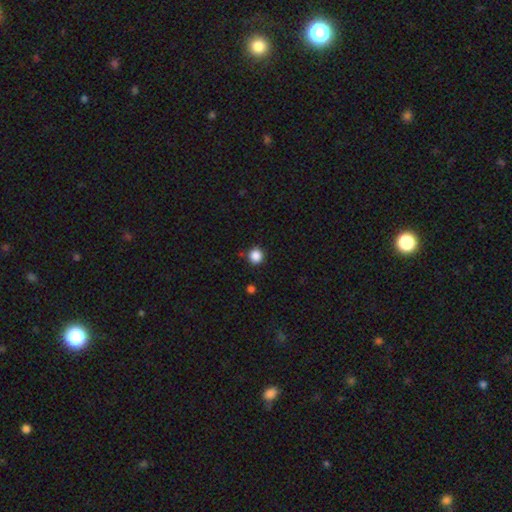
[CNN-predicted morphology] This is clearly a smooth galaxy (86%). How rounded: clearly round (94%). Merging: clearly none (90%).